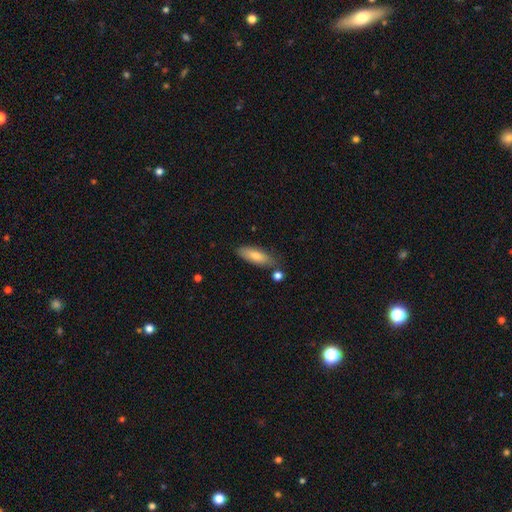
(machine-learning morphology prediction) Smooth or featured? smooth (75%)
How rounded? in between (59%)
Merging? none (75%)